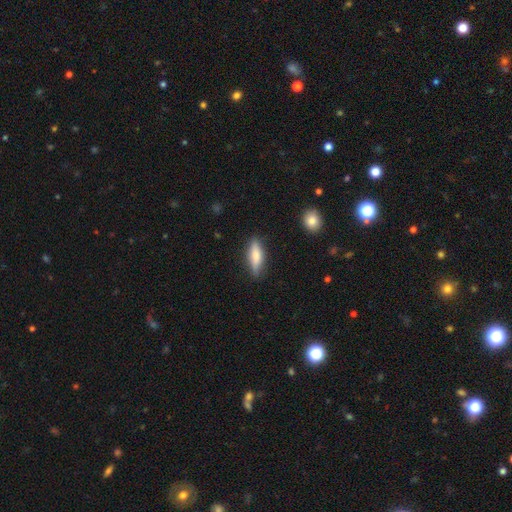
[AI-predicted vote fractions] Smooth or featured? smooth (64%)
How rounded? cigar-shaped (55%)
Merging? none (83%)